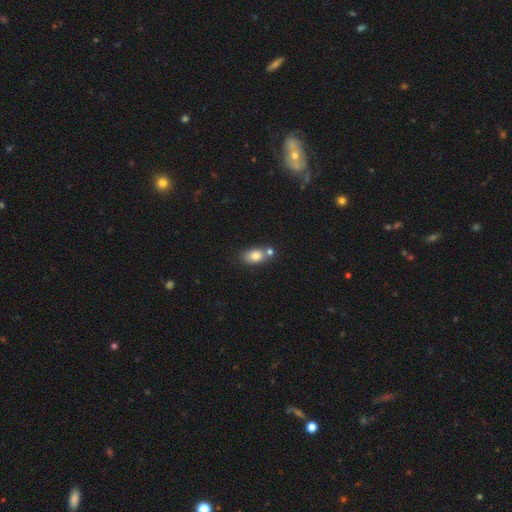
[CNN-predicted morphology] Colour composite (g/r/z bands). It shows a smooth galaxy with no disk features (79%) that is in between round and cigar-shaped (79%). Merging: none (52%).